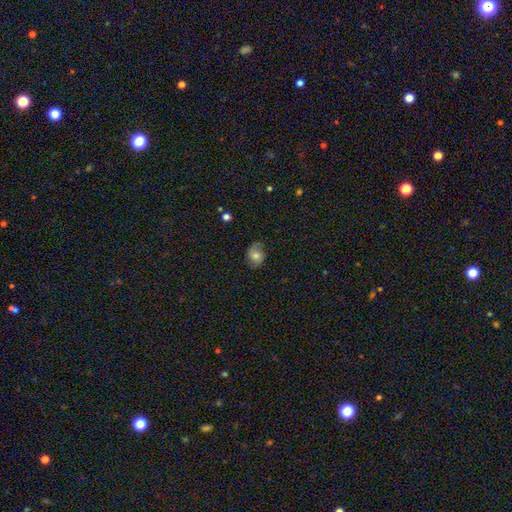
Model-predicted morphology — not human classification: type=smooth (54%); roundness=in between (58%); merging=none (66%).